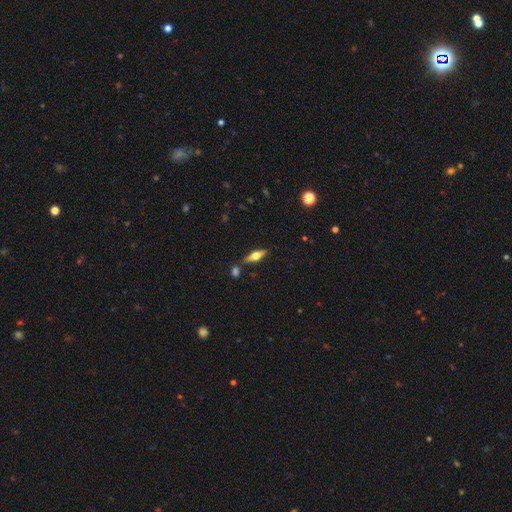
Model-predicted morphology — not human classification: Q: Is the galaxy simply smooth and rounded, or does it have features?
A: featured or disk — 53%.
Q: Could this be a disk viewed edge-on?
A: yes — 91%.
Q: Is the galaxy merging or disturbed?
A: none — 80%.